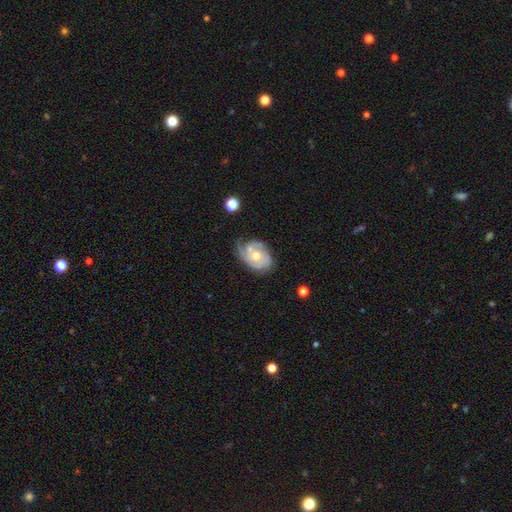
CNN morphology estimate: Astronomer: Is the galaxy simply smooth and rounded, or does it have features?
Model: featured or disk — 78%.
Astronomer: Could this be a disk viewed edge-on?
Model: no — 96%.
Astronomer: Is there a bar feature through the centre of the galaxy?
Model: no — 77%.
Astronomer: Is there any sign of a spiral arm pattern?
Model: yes — 90%.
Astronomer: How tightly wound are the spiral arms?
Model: tight — 57%.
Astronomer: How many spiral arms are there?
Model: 2 — 29% (runner-up: can't tell, 28%).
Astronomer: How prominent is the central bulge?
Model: moderate — 65%.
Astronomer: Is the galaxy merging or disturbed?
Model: none — 53% (runner-up: minor disturbance, 29%).